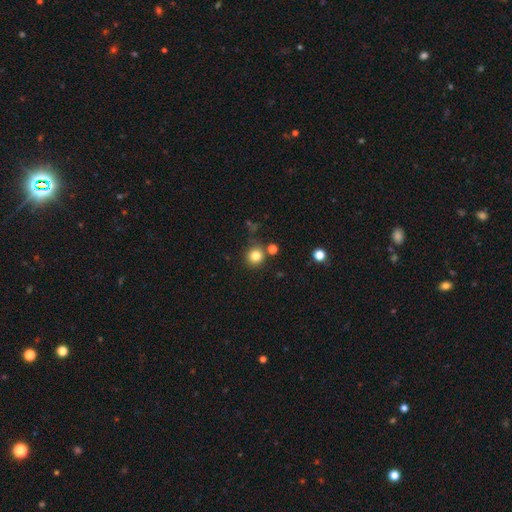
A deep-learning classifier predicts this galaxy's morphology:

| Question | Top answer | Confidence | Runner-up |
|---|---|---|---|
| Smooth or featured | smooth | 82% | star or artifact (12%) |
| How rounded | round | 90% | in between (9%) |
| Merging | none | 81% | minor disturbance (9%) |